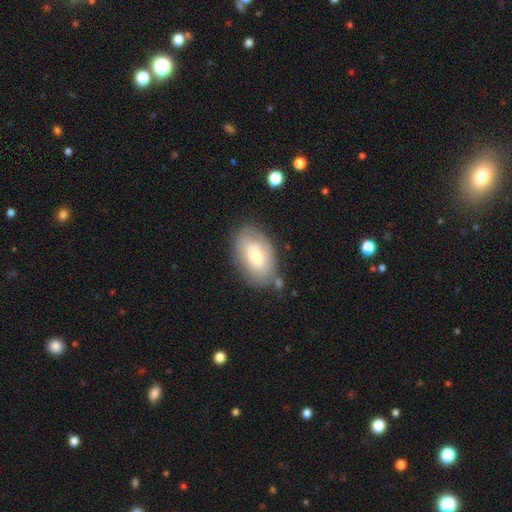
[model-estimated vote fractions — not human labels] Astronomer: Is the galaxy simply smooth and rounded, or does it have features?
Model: smooth — 61%.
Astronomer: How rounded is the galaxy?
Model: in between — 91%.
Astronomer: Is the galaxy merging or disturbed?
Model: none — 72%.